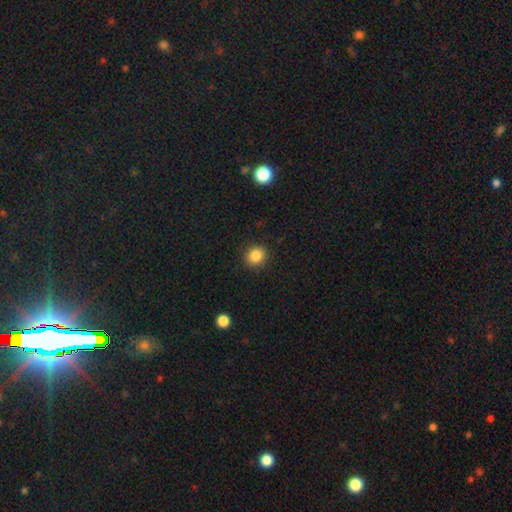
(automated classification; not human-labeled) This is clearly a smooth galaxy (85%). How rounded: clearly round (86%). Merging: clearly none (90%).